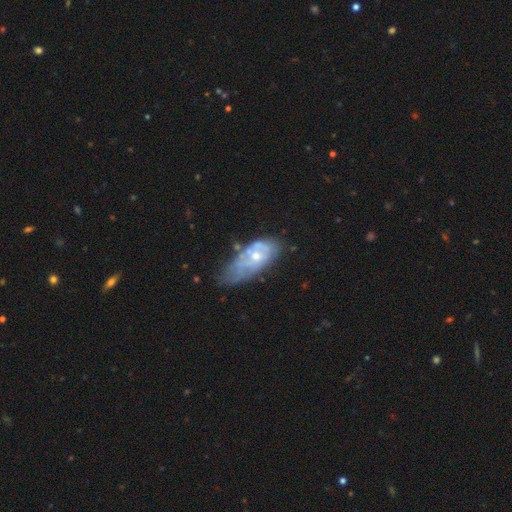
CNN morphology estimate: smooth_or_featured: featured or disk (p=0.61) [alt: smooth p=0.32]
disk_edge_on: no (p=0.92) [alt: yes p=0.08]
bar: no (p=0.78) [alt: weak p=0.18]
has_spiral_arms: no (p=0.55) [alt: yes p=0.45]
bulge_size: small (p=0.48) [alt: moderate p=0.46]
merging: minor disturbance (p=0.35) [alt: none p=0.29]